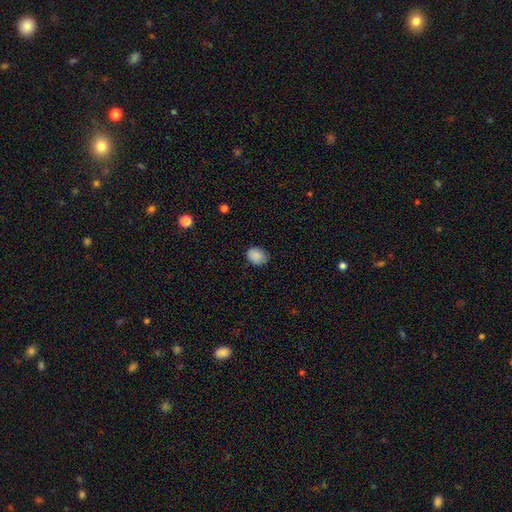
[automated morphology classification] smooth-or-featured: smooth: 88% | star or artifact: 9% | featured or disk: 4%
  how-rounded: in between: 59% | round: 40% | cigar-shaped: 1%
  merging: none: 77% | minor disturbance: 19% | major disturbance: 3% | merger: 1%